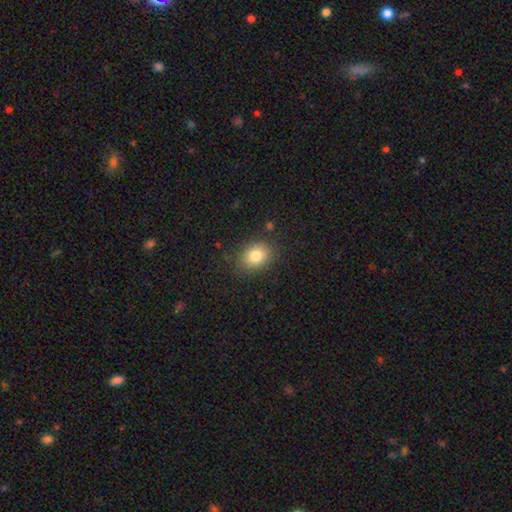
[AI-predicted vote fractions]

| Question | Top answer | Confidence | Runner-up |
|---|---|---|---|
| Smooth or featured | smooth | 80% | star or artifact (11%) |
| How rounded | in between | 53% | round (46%) |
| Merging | none | 84% | minor disturbance (11%) |